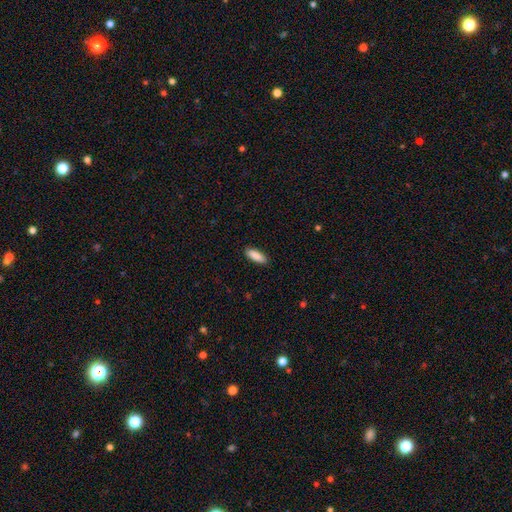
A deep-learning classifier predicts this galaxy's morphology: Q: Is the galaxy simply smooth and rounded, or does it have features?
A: smooth — 89%.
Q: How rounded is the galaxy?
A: in between — 65%.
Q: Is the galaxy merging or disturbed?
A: none — 89%.